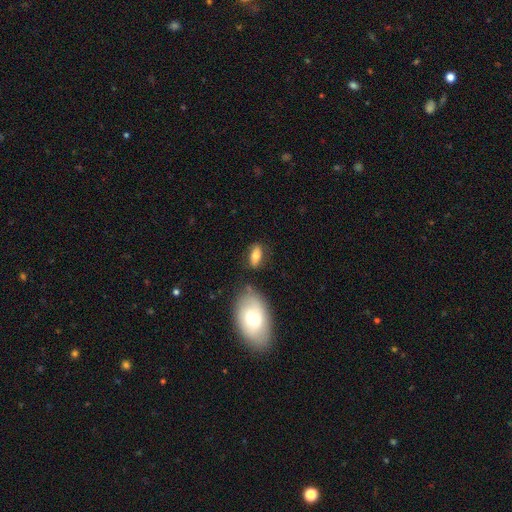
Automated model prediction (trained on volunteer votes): A smooth galaxy with no disk features (72%) that is in between round and cigar-shaped (80%). Merging: none (74%).